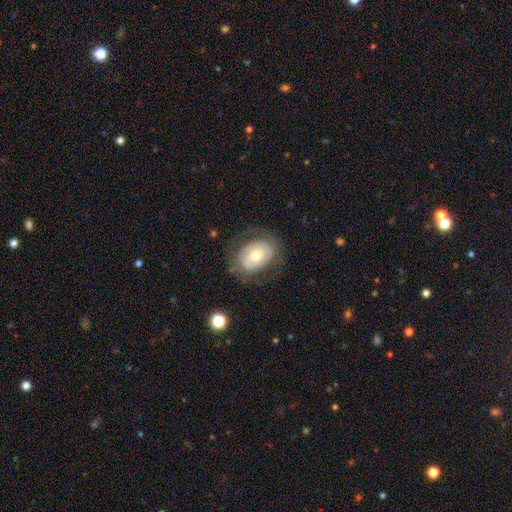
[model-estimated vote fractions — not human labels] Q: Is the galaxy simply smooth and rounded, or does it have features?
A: featured or disk — 49%.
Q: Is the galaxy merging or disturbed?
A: none — 69%.